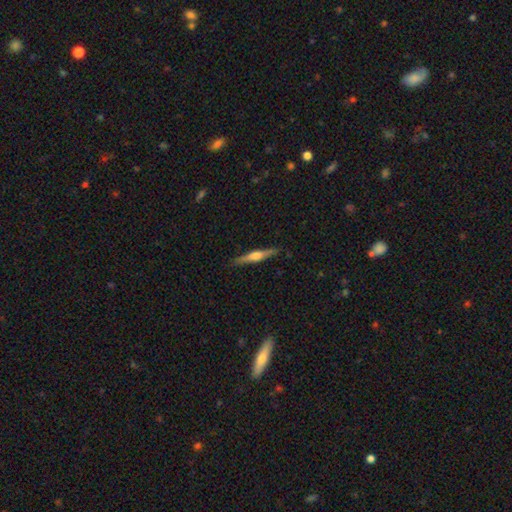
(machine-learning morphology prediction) smooth-or-featured: featured or disk: 67% | smooth: 27% | star or artifact: 6%
  disk-edge-on: yes: 98% | no: 2%
    edge-on-bulge: rounded: 84% | boxy: 11% | none: 5%
  merging: none: 90% | minor disturbance: 8% | major disturbance: 1% | merger: 1%